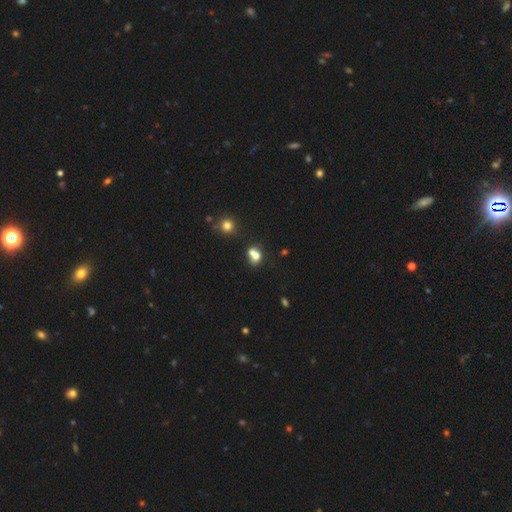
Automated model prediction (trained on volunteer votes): smooth-or-featured: smooth: 71% | featured or disk: 15% | star or artifact: 14%
  how-rounded: round: 50% | in between: 48% | cigar-shaped: 2%
  merging: merger: 52% | none: 31% | minor disturbance: 11% | major disturbance: 6%